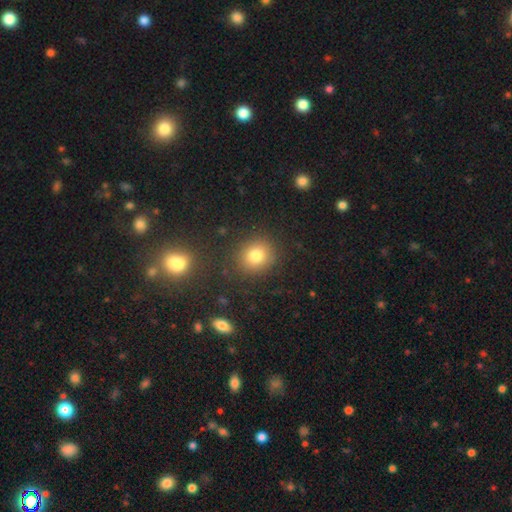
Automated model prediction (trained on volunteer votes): This appears to be a smooth galaxy with no disk features (79%) that is round (80%). Merging: none (86%).